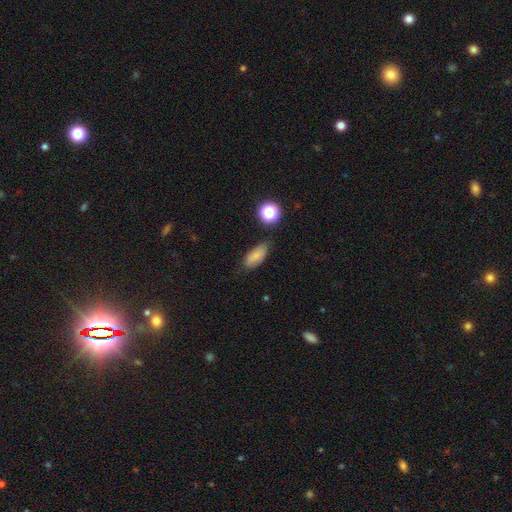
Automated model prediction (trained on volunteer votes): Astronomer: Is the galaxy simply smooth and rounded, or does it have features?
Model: smooth — 79%.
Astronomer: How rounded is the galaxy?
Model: in between — 84%.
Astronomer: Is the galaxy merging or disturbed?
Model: none — 74%.